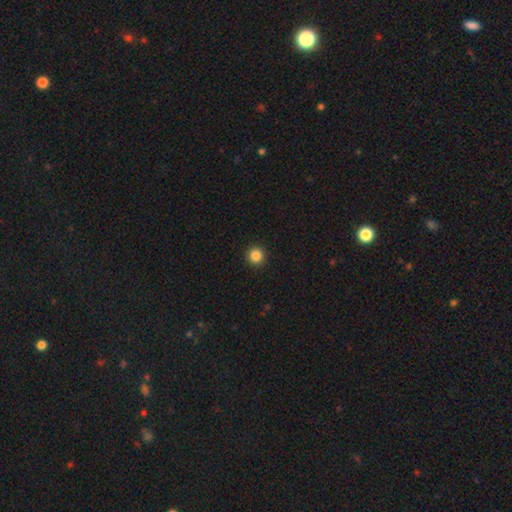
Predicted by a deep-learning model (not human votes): smooth-or-featured: smooth: 85% | star or artifact: 11% | featured or disk: 3%
  how-rounded: round: 96% | in between: 3% | cigar-shaped: 1%
  merging: none: 93% | minor disturbance: 4% | major disturbance: 2% | merger: 1%